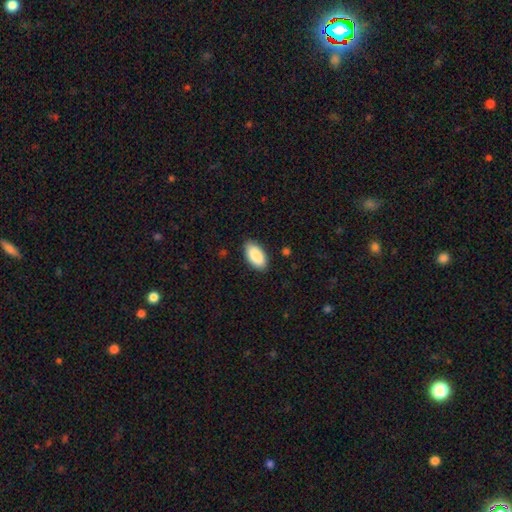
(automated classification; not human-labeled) Morphology: type=smooth (90%); roundness=in between (95%); merging=none (87%).